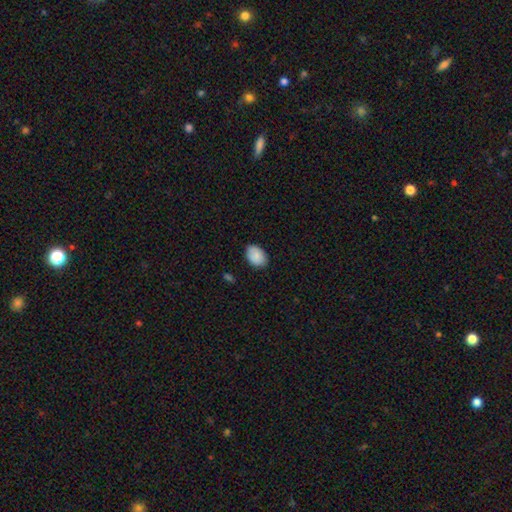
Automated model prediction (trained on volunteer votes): A smooth galaxy with no disk features (87%) that is in between round and cigar-shaped (82%). Merging: none (83%).